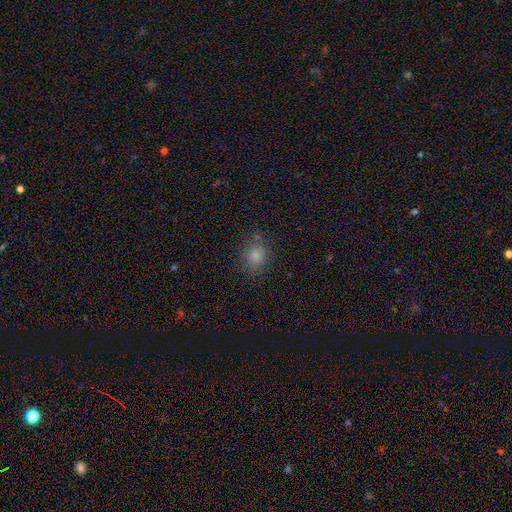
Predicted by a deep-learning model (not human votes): A smooth galaxy with no disk features (81%) that is round (64%).

Vote fractions:
- Smooth or featured? smooth: 81% / star or artifact: 13% / featured or disk: 6%
- How rounded? round: 64% / in between: 35% / cigar-shaped: 1%
- Merging? none: 78% / minor disturbance: 14% / major disturbance: 4% / merger: 4%